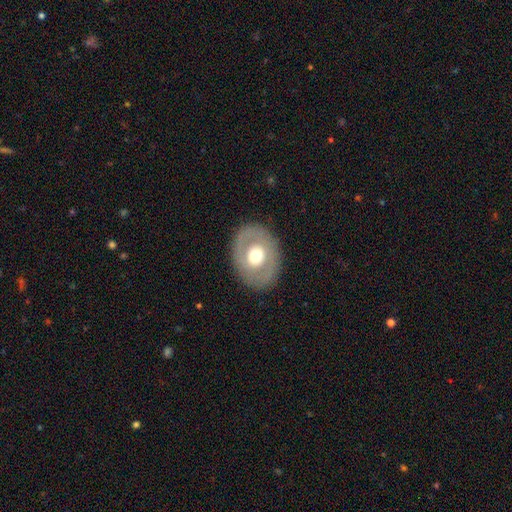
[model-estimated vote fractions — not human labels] Smooth or featured? Predicted: featured or disk (p=0.48). Merging? Predicted: none (p=0.85).